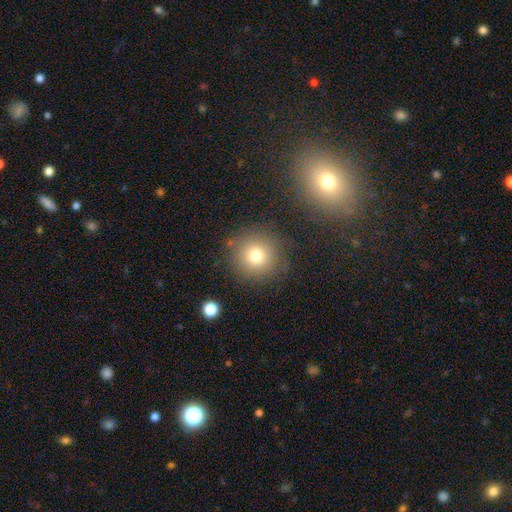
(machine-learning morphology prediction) smooth_or_featured: smooth (p=0.76) [alt: star or artifact p=0.14]
how_rounded: round (p=0.93) [alt: in between p=0.06]
merging: none (p=0.83) [alt: minor disturbance p=0.09]